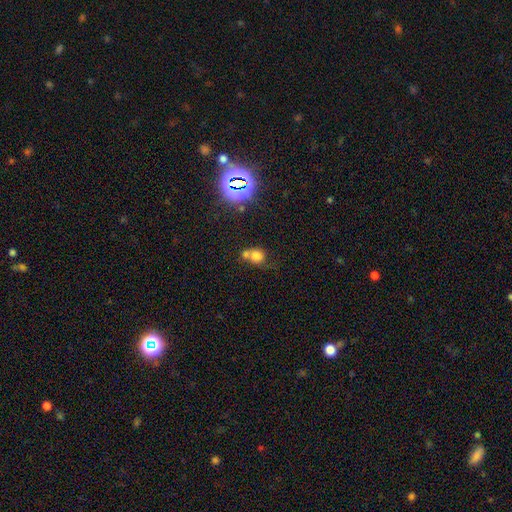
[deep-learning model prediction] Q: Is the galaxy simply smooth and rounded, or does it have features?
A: smooth — 69%.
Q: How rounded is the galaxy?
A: round — 68%.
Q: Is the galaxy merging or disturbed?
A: merger — 49%.